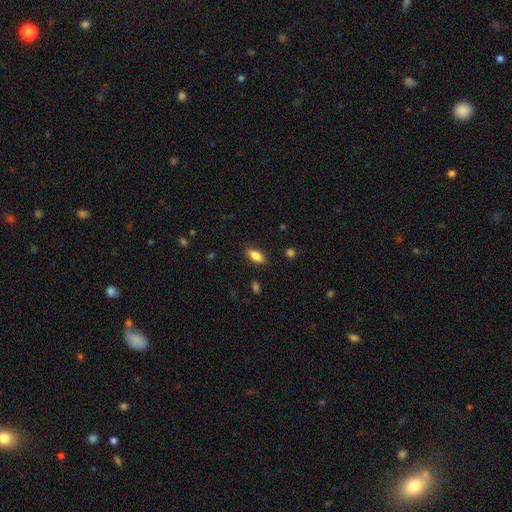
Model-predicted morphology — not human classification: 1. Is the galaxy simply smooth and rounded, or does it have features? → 84% smooth, 9% featured or disk, 8% star or artifact.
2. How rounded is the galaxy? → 86% in between, 10% cigar-shaped, 3% round.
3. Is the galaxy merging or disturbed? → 85% none, 11% minor disturbance, 3% major disturbance, 1% merger.